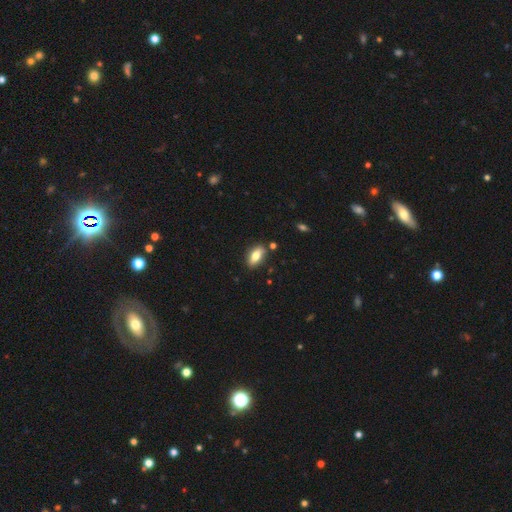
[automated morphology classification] Smooth or featured: smooth — 73% (featured or disk — 20%)
How rounded: in between — 85% (cigar-shaped — 10%)
Merging: none — 83% (minor disturbance — 11%)